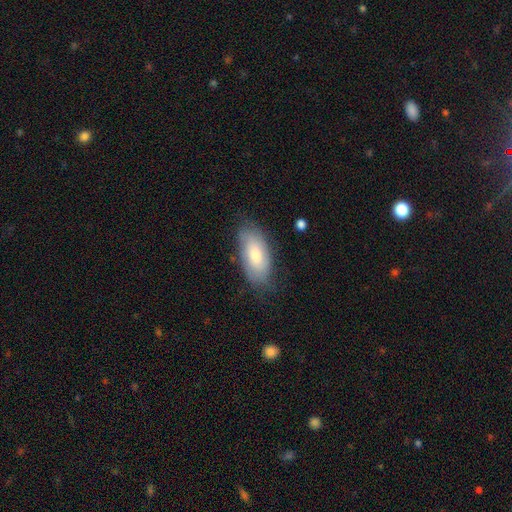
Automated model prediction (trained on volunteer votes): Q: Smooth or featured?
A: smooth (68%); runner-up: featured or disk (25%)
Q: How rounded?
A: in between (90%); runner-up: cigar-shaped (7%)
Q: Merging?
A: none (71%); runner-up: minor disturbance (22%)